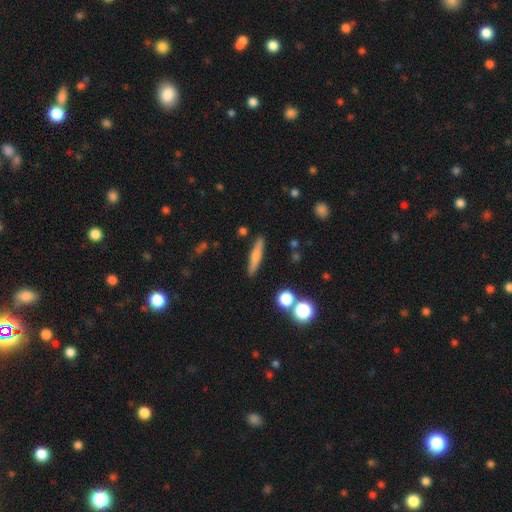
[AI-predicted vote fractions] The model was most divided on "smooth or featured": smooth: 67%, featured or disk: 25%, star or artifact: 8%. More confident: how rounded — cigar-shaped (88%); merging — none (88%).